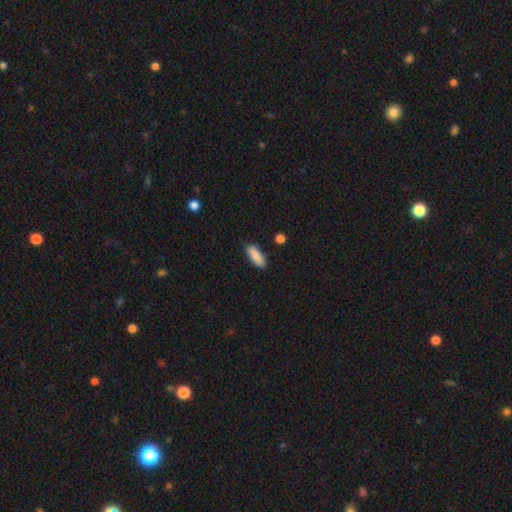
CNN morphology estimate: A smooth galaxy with no disk features (89%) that is in between round and cigar-shaped (66%).

Vote fractions:
- Smooth or featured? smooth: 89% / star or artifact: 6% / featured or disk: 5%
- How rounded? in between: 66% / cigar-shaped: 32% / round: 2%
- Merging? none: 85% / minor disturbance: 11% / major disturbance: 2% / merger: 2%